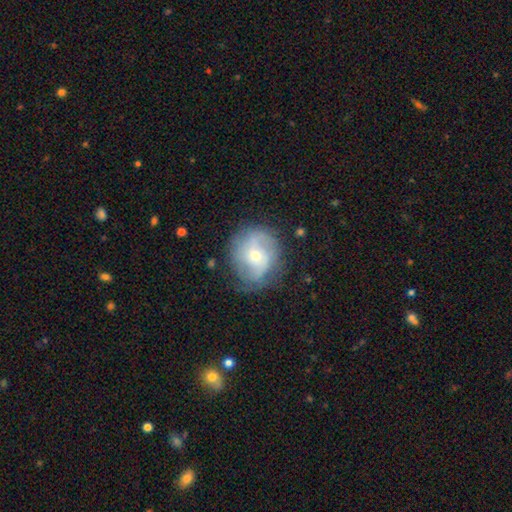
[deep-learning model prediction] smooth-or-featured: featured or disk: 63% | smooth: 29% | star or artifact: 8%
  disk-edge-on: no: 96% | yes: 4%
    bar: no: 64% | weak: 27% | strong: 10%
    has-spiral-arms: yes: 79% | no: 21%
    bulge-size: small: 55% | moderate: 41% | large: 2% | dominant: 1% | none: 1%
  merging: none: 72% | minor disturbance: 18% | major disturbance: 8% | merger: 1%